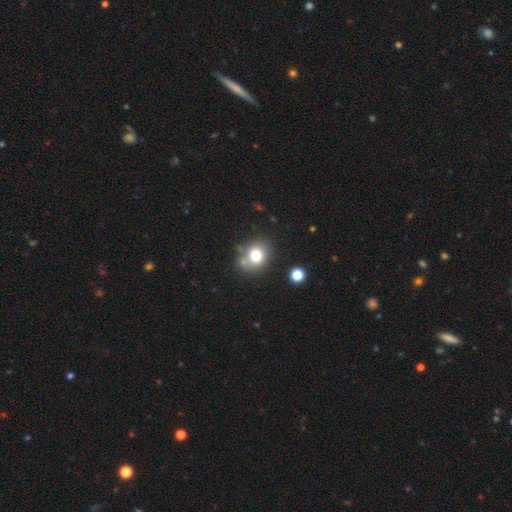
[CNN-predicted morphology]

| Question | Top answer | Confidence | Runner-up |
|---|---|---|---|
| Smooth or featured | smooth | 76% | star or artifact (13%) |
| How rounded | round | 67% | in between (32%) |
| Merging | none | 67% | minor disturbance (16%) |